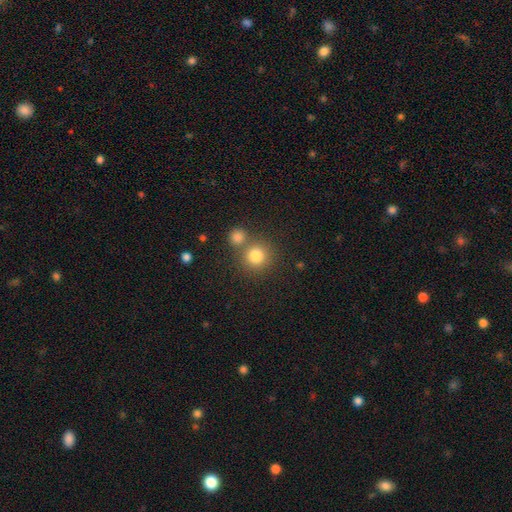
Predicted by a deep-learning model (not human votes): Q: Smooth or featured?
A: smooth (81%); runner-up: star or artifact (12%)
Q: How rounded?
A: round (91%); runner-up: in between (8%)
Q: Merging?
A: none (66%); runner-up: merger (23%)